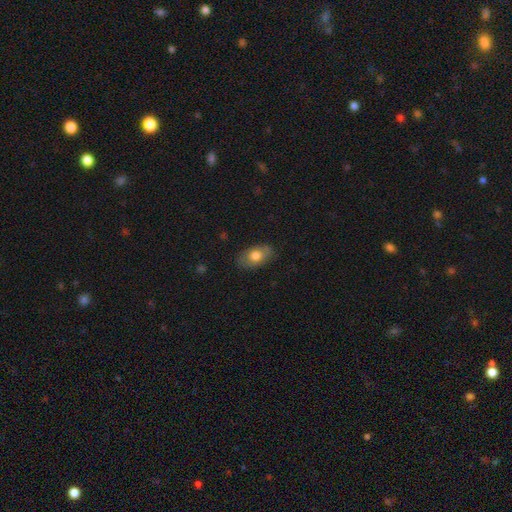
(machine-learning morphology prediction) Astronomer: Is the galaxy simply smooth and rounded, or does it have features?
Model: smooth — 73%.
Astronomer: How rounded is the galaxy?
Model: in between — 90%.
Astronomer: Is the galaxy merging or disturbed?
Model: none — 83%.